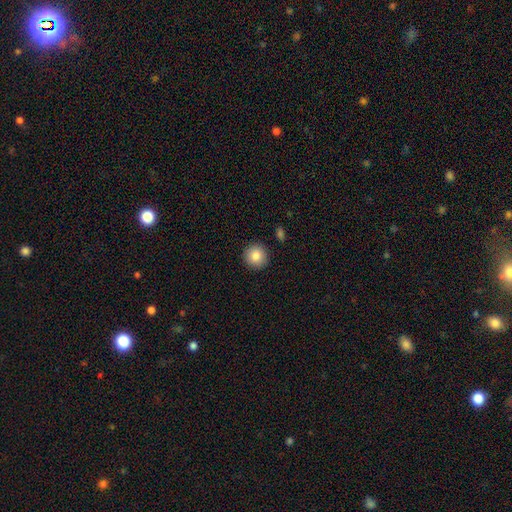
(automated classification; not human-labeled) A smooth galaxy with no disk features (84%) that is round (93%). Merging: none (91%).